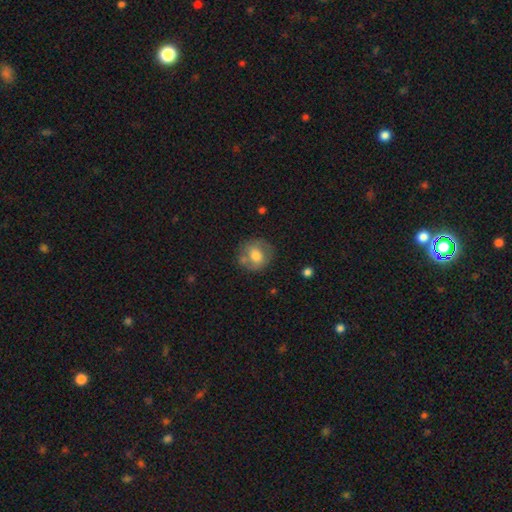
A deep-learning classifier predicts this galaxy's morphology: A smooth galaxy with no disk features (62%) that is round (82%).

Vote fractions:
- Smooth or featured? smooth: 62% / featured or disk: 31% / star or artifact: 8%
- How rounded? round: 82% / in between: 17% / cigar-shaped: 1%
- Merging? none: 67% / minor disturbance: 19% / major disturbance: 7% / merger: 7%